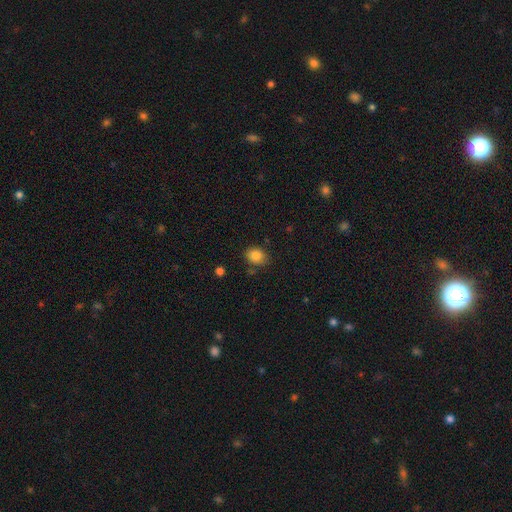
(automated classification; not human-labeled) Smooth or featured? Predicted: smooth (p=0.84). How rounded? Predicted: round (p=0.52). Merging? Predicted: none (p=0.79).